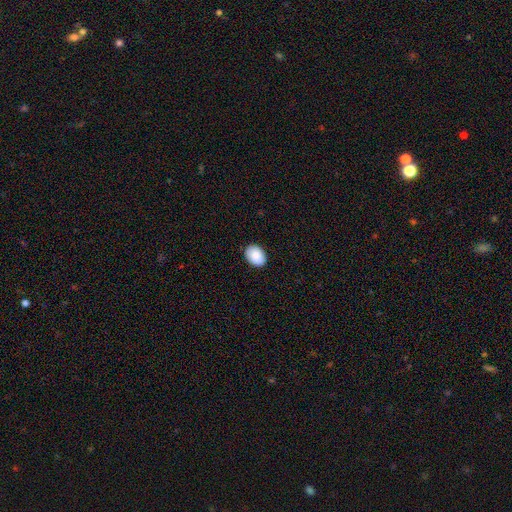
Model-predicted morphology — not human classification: smooth-or-featured: smooth: 89% | star or artifact: 7% | featured or disk: 4%
  how-rounded: in between: 72% | round: 27% | cigar-shaped: 1%
  merging: none: 89% | minor disturbance: 8% | major disturbance: 2% | merger: 1%